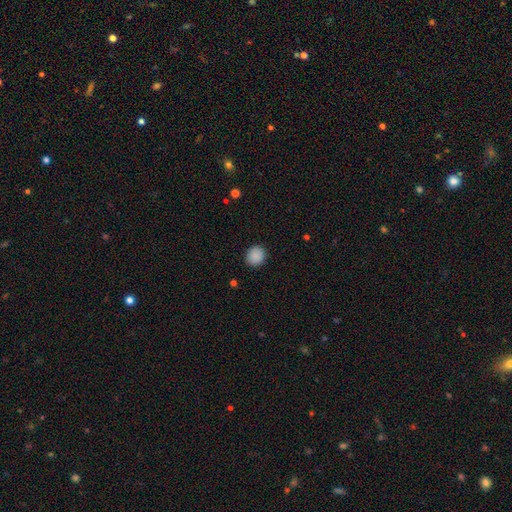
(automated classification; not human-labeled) Morphology: type=smooth (89%); roundness=round (85%); merging=none (91%).